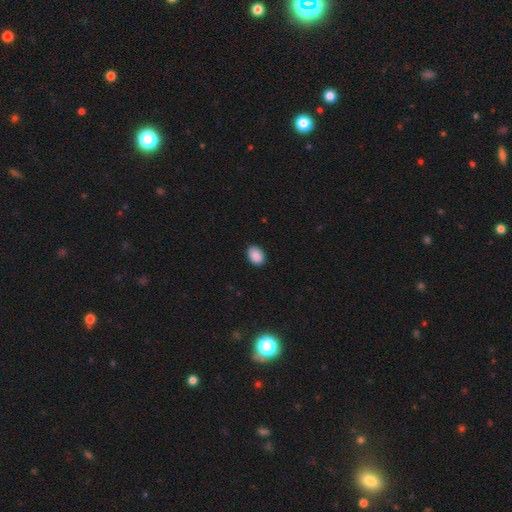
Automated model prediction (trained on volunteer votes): The model was most divided on "how rounded": in between: 78%, round: 21%, cigar-shaped: 1%. More confident: smooth or featured — smooth (90%); merging — none (88%).